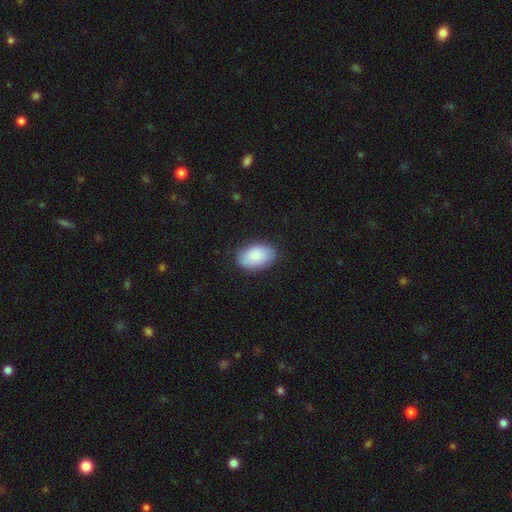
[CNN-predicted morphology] type=smooth (82%); roundness=in between (91%); merging=none (83%).